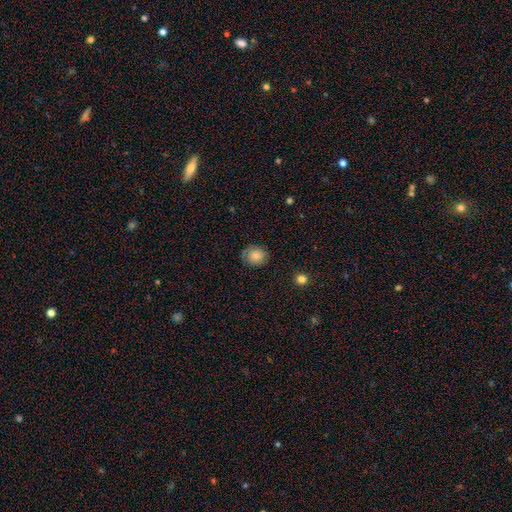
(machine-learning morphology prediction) The model was most divided on "smooth or featured": smooth: 68%, featured or disk: 22%, star or artifact: 10%. More confident: merging — none (79%); how rounded — round (75%).